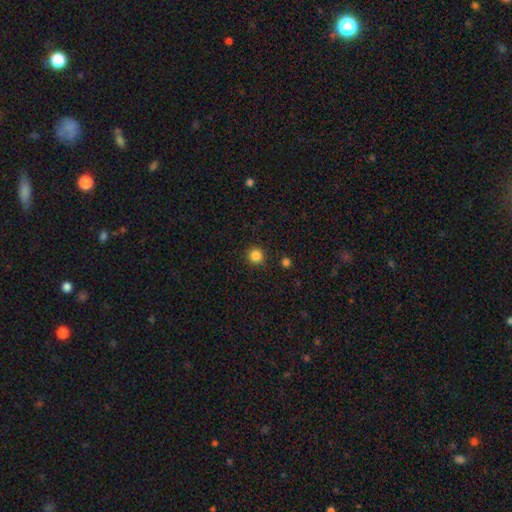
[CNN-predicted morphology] smooth-or-featured: smooth: 84% | star or artifact: 12% | featured or disk: 4%
  how-rounded: round: 95% | in between: 4% | cigar-shaped: 1%
  merging: none: 92% | minor disturbance: 5% | major disturbance: 2% | merger: 2%